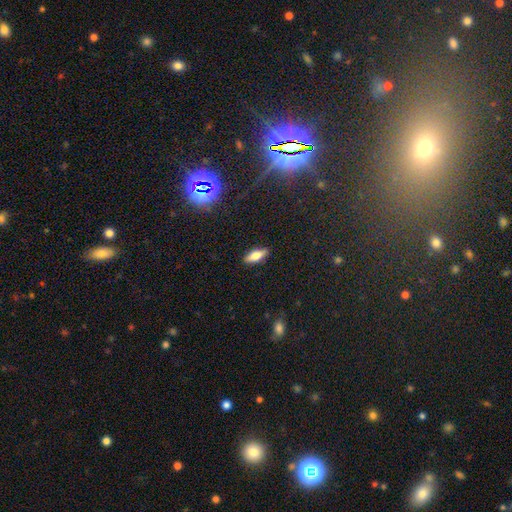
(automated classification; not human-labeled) Smooth or featured: smooth — 67% (featured or disk — 24%)
How rounded: in between — 65% (cigar-shaped — 32%)
Merging: none — 88% (minor disturbance — 9%)